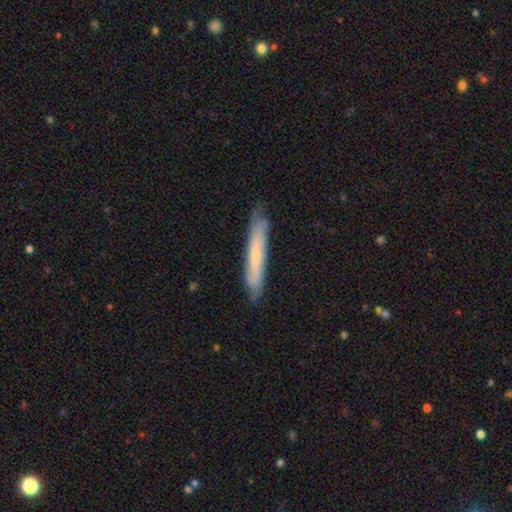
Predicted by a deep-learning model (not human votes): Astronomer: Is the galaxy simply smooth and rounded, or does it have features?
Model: smooth — 55% (runner-up: featured or disk, 40%).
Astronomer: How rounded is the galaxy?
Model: cigar-shaped — 94%.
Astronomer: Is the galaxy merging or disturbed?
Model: none — 78%.